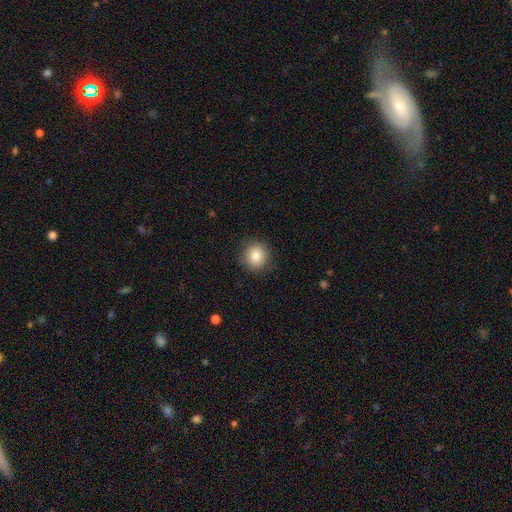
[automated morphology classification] Smooth or featured? smooth (84%)
How rounded? round (89%)
Merging? none (89%)